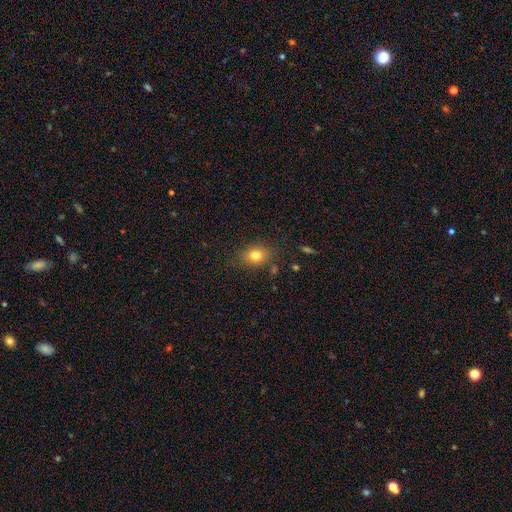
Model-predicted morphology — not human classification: smooth-or-featured: smooth: 77% | star or artifact: 12% | featured or disk: 10%
  how-rounded: in between: 55% | round: 43% | cigar-shaped: 2%
  merging: none: 81% | minor disturbance: 13% | major disturbance: 4% | merger: 3%